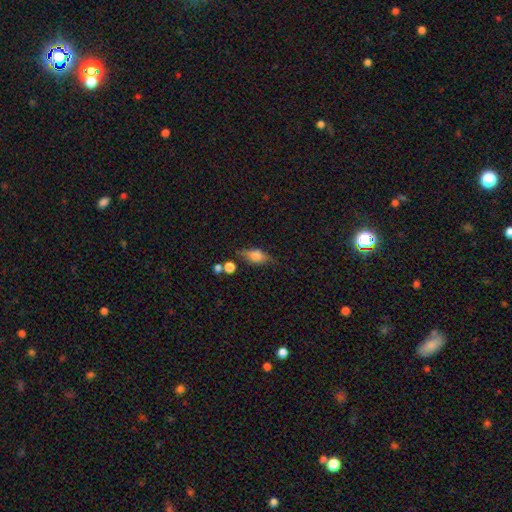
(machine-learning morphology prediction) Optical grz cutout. It shows a smooth galaxy with no disk features (57%) that is in between round and cigar-shaped (72%). Merging: none (68%).